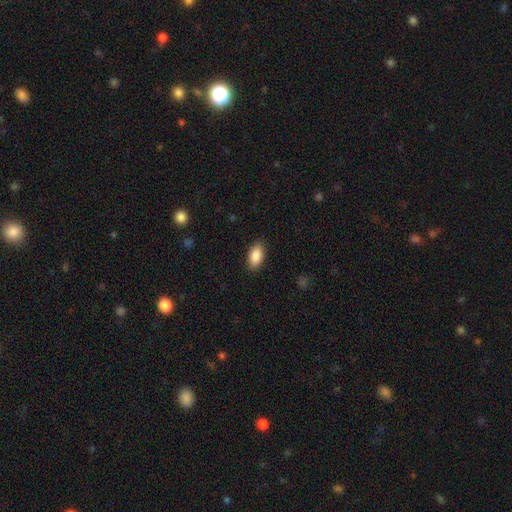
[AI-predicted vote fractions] This is clearly a smooth galaxy (89%). How rounded: clearly in between (93%). Merging: clearly none (88%).